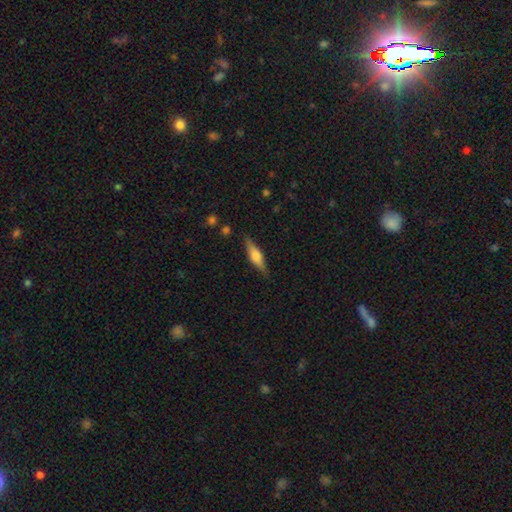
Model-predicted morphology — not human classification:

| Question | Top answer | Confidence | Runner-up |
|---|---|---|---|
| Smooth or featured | featured or disk | 51% | smooth (43%) |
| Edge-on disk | yes | 94% | no (6%) |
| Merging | none | 85% | minor disturbance (11%) |